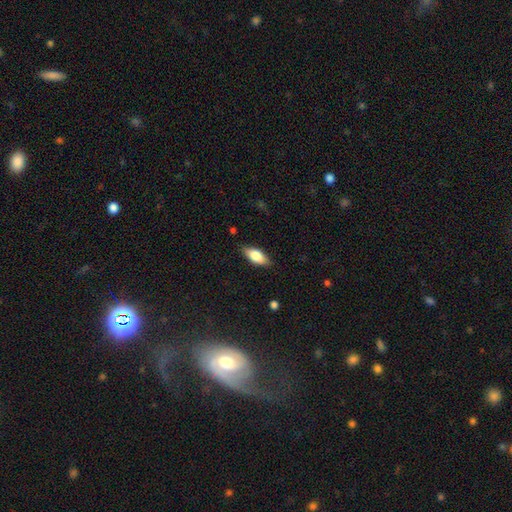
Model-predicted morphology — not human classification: This is likely a smooth galaxy (73%). How rounded: clearly in between (82%). Merging: clearly none (84%).